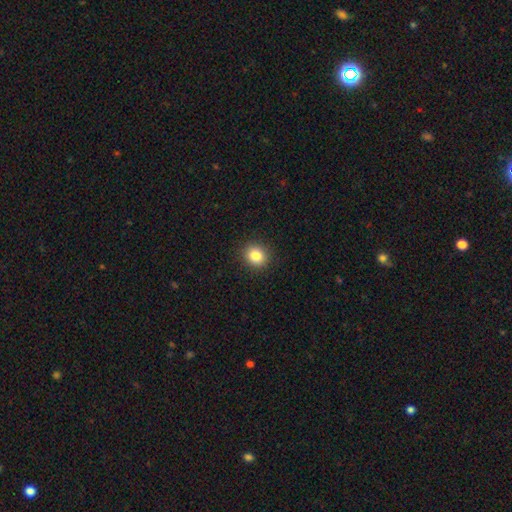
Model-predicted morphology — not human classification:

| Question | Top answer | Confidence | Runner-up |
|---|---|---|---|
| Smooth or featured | smooth | 84% | star or artifact (11%) |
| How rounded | round | 82% | in between (17%) |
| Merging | none | 91% | minor disturbance (6%) |